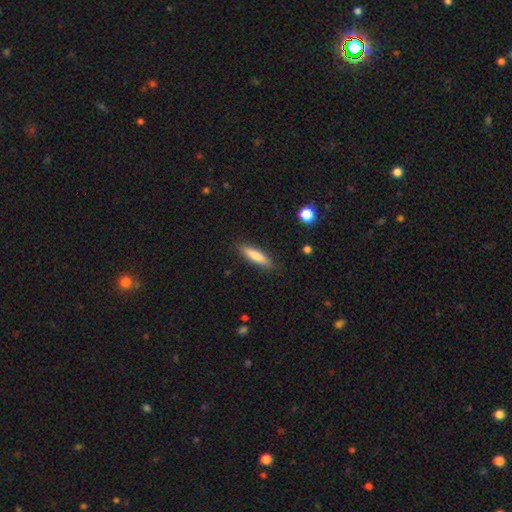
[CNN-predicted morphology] Q: Smooth or featured?
A: smooth (81%); runner-up: featured or disk (13%)
Q: How rounded?
A: cigar-shaped (73%); runner-up: in between (25%)
Q: Merging?
A: none (86%); runner-up: minor disturbance (10%)